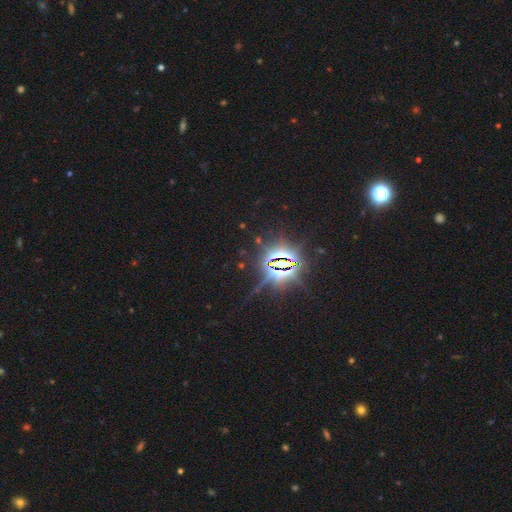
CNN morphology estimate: Smooth or featured?
  - star or artifact: 86% *
  - smooth: 8%
  - featured or disk: 6%